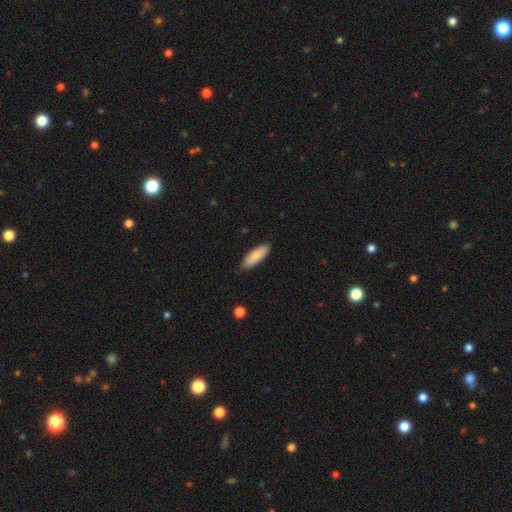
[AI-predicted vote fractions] Smooth or featured?
  - smooth: 84% *
  - featured or disk: 11%
  - star or artifact: 6%
How rounded?
  - in between: 59% *
  - cigar-shaped: 40%
  - round: 2%
Merging?
  - none: 83% *
  - minor disturbance: 14%
  - major disturbance: 2%
  - merger: 1%